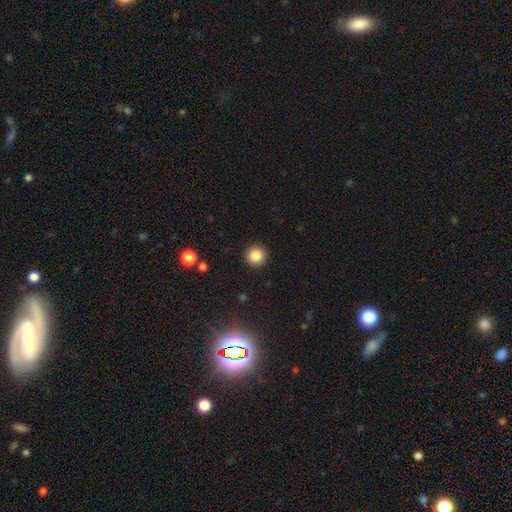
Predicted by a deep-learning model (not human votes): smooth_or_featured: smooth (p=0.86) [alt: star or artifact p=0.10]
how_rounded: round (p=0.95) [alt: in between p=0.04]
merging: none (p=0.92) [alt: minor disturbance p=0.05]